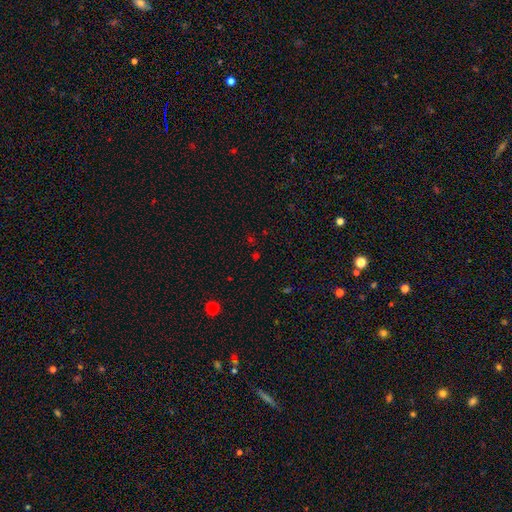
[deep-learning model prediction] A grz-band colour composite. It shows a star or artifact, not a galaxy (56%).